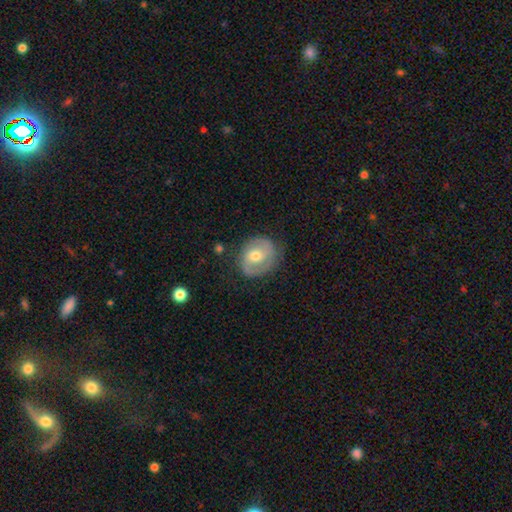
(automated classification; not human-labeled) Smooth or featured? featured or disk (68%)
Edge-on disk? no (97%)
Bar? no (50%)
Spiral arms? yes (86%)
Spiral winding? medium (42%, tied with tight)
Spiral arm count? 2 (79%)
Bulge size? moderate (66%)
Merging? none (76%)